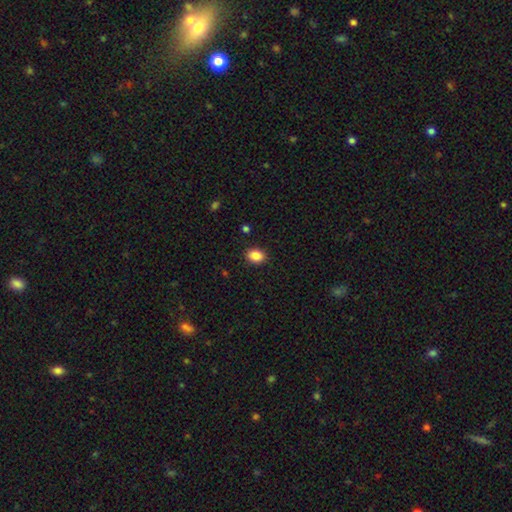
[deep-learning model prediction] Morphology: type=smooth (87%); roundness=in between (70%); merging=none (89%).